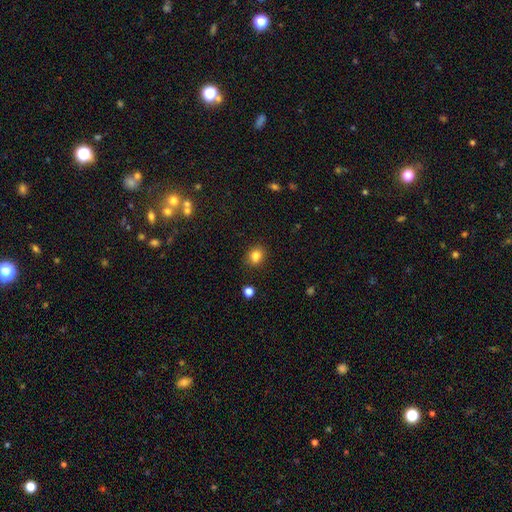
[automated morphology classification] smooth 83%, star or artifact 11%, featured or disk 6%. Down the decision tree: how rounded — round (63%); merging — none (85%).